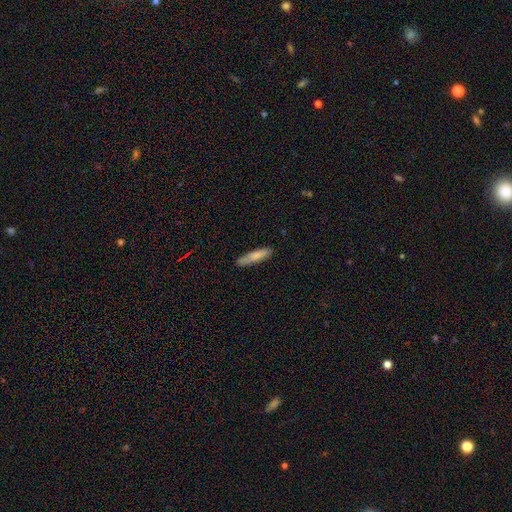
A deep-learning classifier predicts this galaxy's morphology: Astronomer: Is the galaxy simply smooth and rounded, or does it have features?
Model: smooth — 80%.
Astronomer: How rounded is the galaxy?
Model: cigar-shaped — 79%.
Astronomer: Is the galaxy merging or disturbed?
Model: none — 84%.